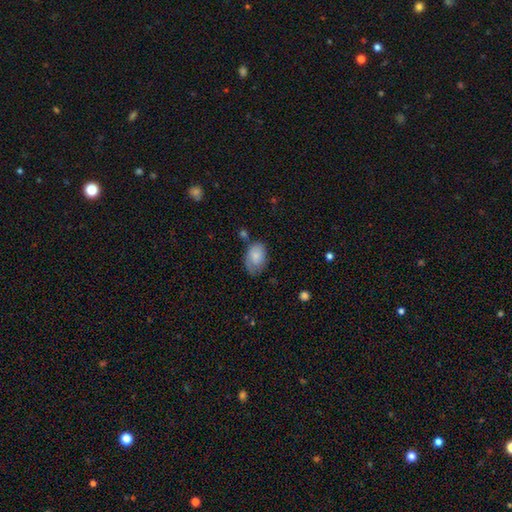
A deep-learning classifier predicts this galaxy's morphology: smooth_or_featured: smooth (p=0.74) [alt: featured or disk p=0.19]
how_rounded: in between (p=0.86) [alt: round p=0.13]
merging: none (p=0.50) [alt: minor disturbance p=0.33]